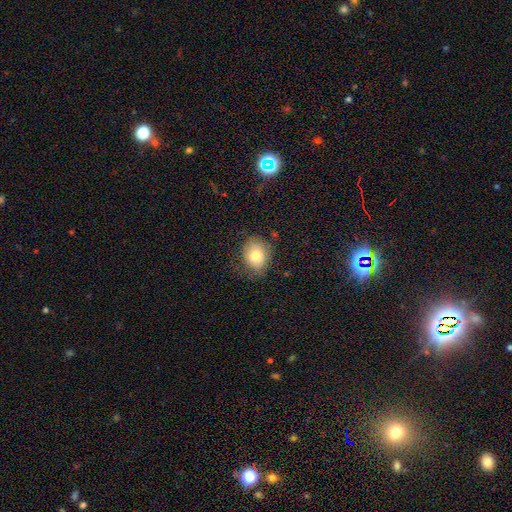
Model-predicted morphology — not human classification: Q: Smooth or featured?
A: smooth (79%); runner-up: featured or disk (12%)
Q: How rounded?
A: round (52%); runner-up: in between (47%)
Q: Merging?
A: none (75%); runner-up: minor disturbance (18%)